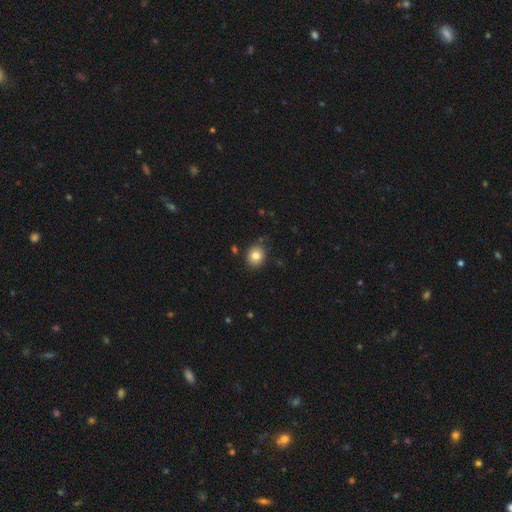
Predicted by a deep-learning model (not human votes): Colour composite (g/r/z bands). It shows a smooth galaxy with no disk features (81%) that is round (75%). Merging: none (85%).